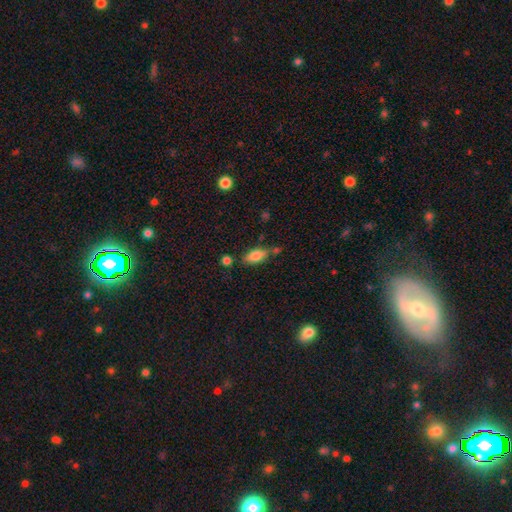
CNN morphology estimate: Q: Smooth or featured?
A: smooth (81%); runner-up: featured or disk (11%)
Q: How rounded?
A: in between (85%); runner-up: cigar-shaped (12%)
Q: Merging?
A: none (62%); runner-up: minor disturbance (19%)